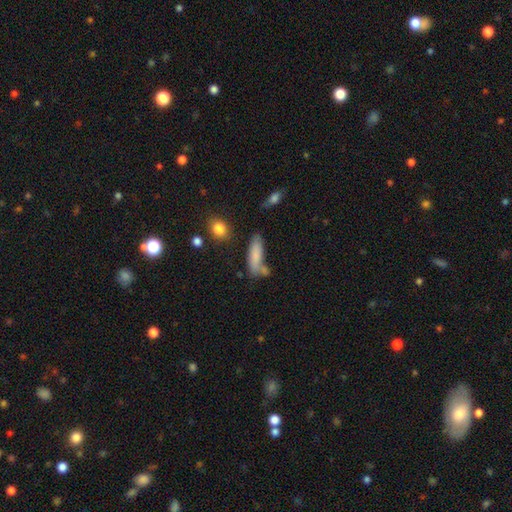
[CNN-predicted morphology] This appears to be a smooth galaxy with no disk features (80%) that is cigar-shaped (50%). Merging: none (51%).